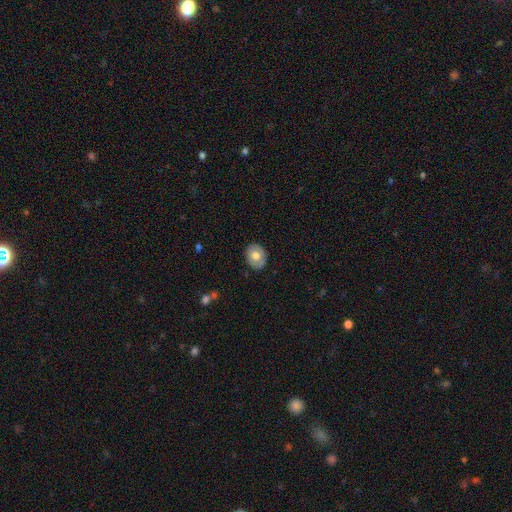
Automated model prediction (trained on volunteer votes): Smooth or featured: smooth — 67% (featured or disk — 26%)
How rounded: in between — 55% (round — 44%)
Merging: none — 87% (minor disturbance — 10%)